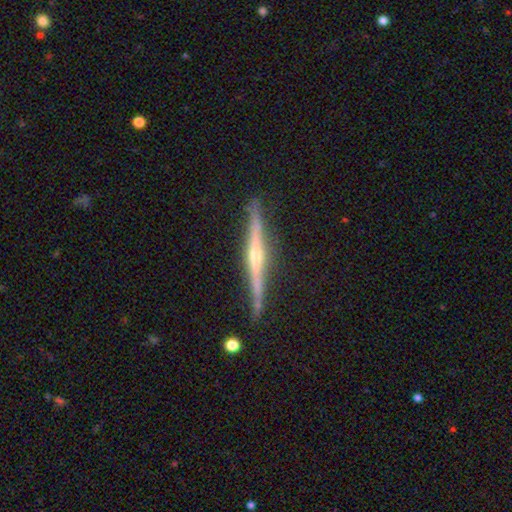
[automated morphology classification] type=featured or disk (81%); edge-on=yes (98%); edge-on bulge=rounded (75%); merging=none (85%).